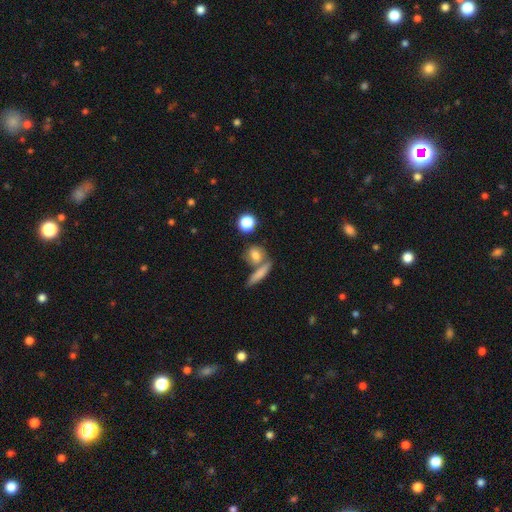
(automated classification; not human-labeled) smooth_or_featured: smooth (p=0.72) [alt: featured or disk p=0.18]
how_rounded: round (p=0.42) [alt: in between p=0.38]
merging: none (p=0.51) [alt: merger p=0.32]